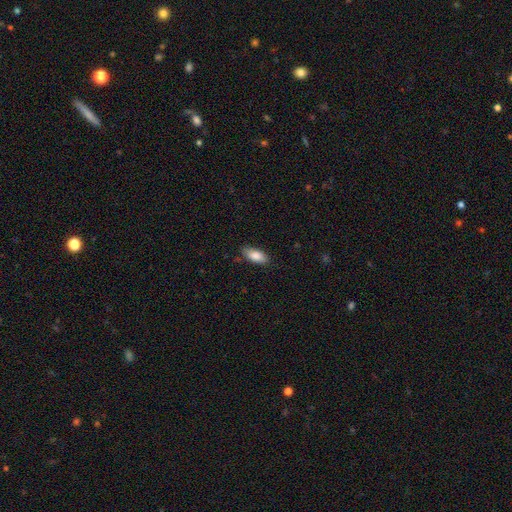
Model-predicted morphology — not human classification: Smooth or featured? Predicted: smooth (p=0.87). How rounded? Predicted: in between (p=0.88). Merging? Predicted: none (p=0.83).